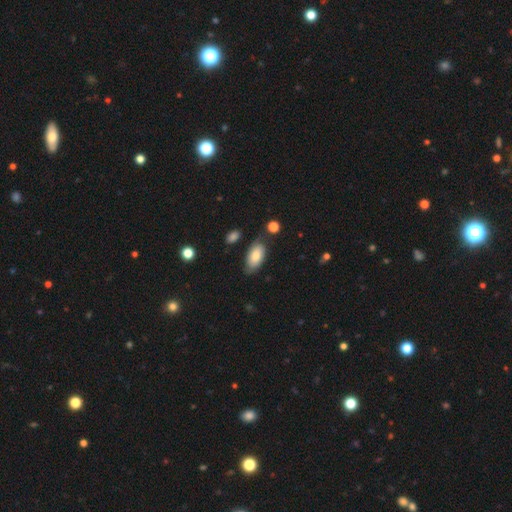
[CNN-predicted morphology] type=smooth (74%); roundness=in between (93%); merging=none (70%).